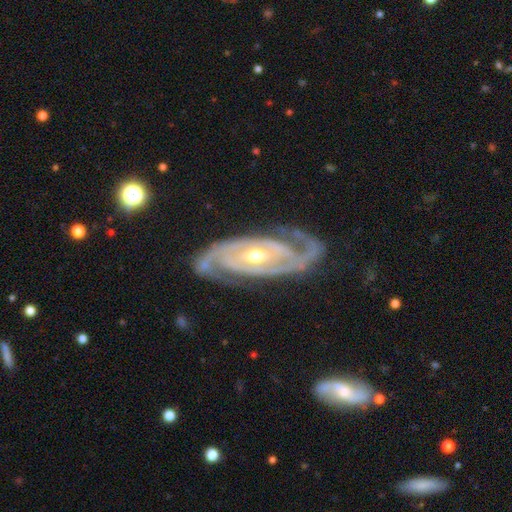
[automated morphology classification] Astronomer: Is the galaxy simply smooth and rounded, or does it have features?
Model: featured or disk — 92%.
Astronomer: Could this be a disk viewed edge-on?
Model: no — 94%.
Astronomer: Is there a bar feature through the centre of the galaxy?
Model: no — 51% (runner-up: weak, 30%).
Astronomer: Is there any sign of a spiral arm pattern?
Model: yes — 97%.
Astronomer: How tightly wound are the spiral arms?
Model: tight — 60%.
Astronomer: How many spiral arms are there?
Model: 2 — 83%.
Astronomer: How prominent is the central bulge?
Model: moderate — 63%.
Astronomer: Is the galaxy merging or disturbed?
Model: none — 75%.